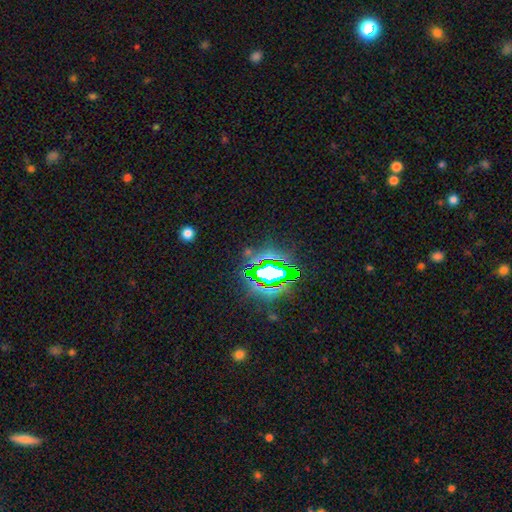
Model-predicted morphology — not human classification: This appears to be a star or artifact, not a galaxy (79%).